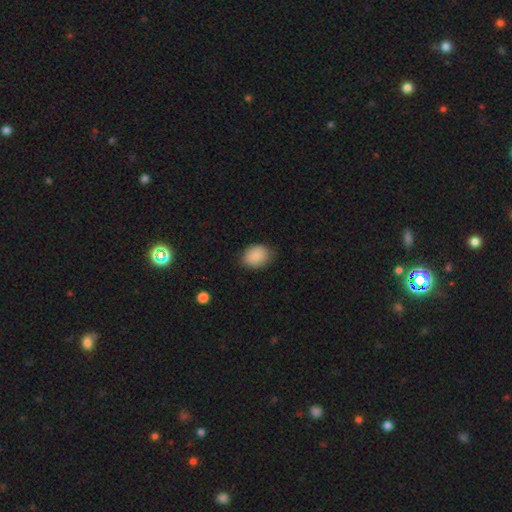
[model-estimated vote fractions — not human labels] smooth-or-featured: smooth: 87% | star or artifact: 7% | featured or disk: 6%
  how-rounded: in between: 61% | round: 38% | cigar-shaped: 1%
  merging: none: 80% | minor disturbance: 16% | major disturbance: 3% | merger: 1%